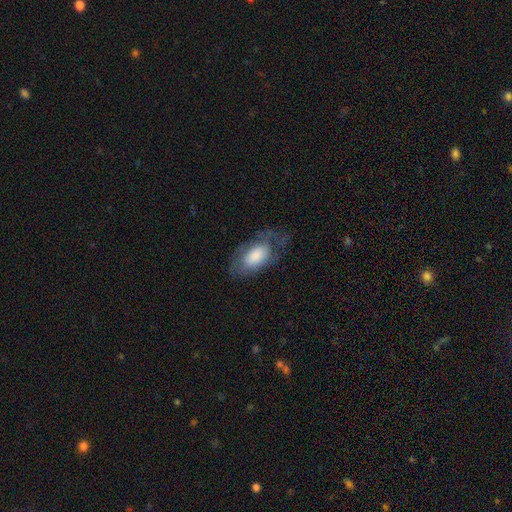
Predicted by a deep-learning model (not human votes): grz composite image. It shows a smooth galaxy with no disk features (66%) that is in between round and cigar-shaped (93%). Merging: none (52%).